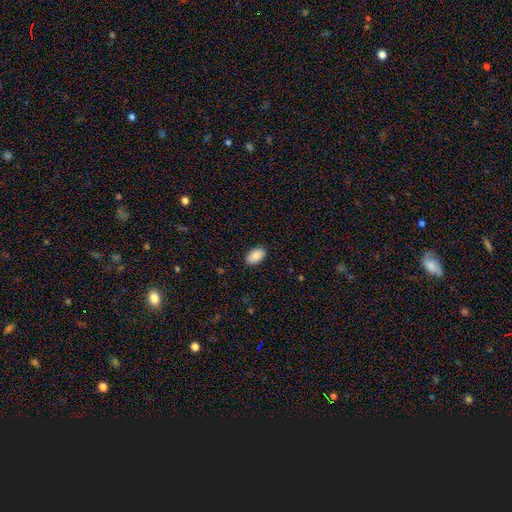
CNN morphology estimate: A smooth galaxy with no disk features (89%) that is in between round and cigar-shaped (94%). Merging: none (88%).